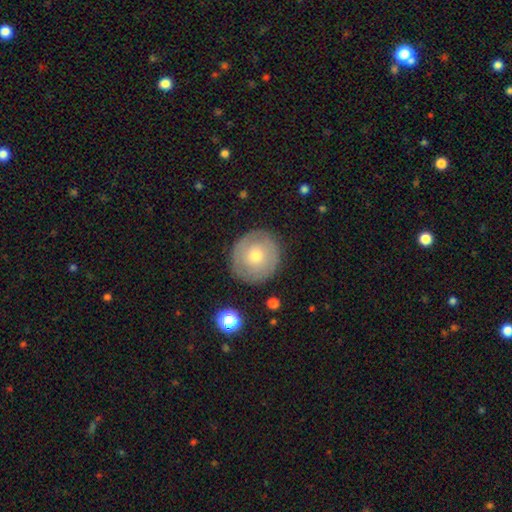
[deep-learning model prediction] Q: Smooth or featured?
A: smooth (57%); runner-up: featured or disk (35%)
Q: How rounded?
A: round (91%); runner-up: in between (8%)
Q: Merging?
A: none (86%); runner-up: minor disturbance (10%)